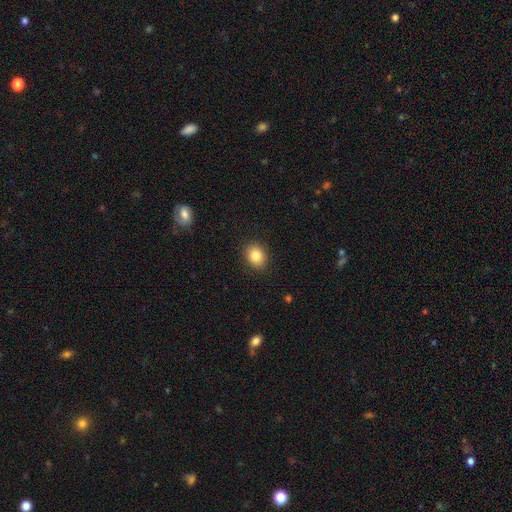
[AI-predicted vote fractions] Overall: smooth (85%). How rounded: in between (50%; round 49%). Merging: none (89%).